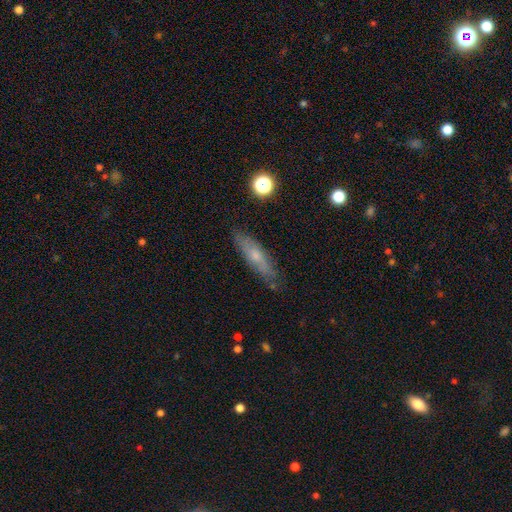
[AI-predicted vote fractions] smooth_or_featured: smooth (p=0.51) [alt: featured or disk p=0.40]
how_rounded: cigar-shaped (p=0.70) [alt: in between p=0.27]
merging: none (p=0.79) [alt: minor disturbance p=0.15]